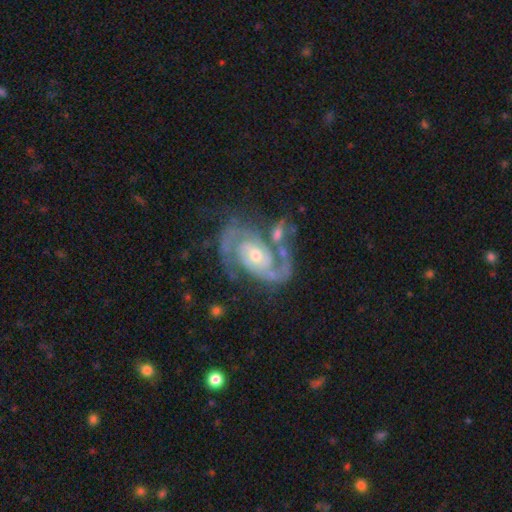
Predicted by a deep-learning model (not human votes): A featured or disk galaxy (91%) with no bar (61%), 2 (85%) tight (50%) spiral arms (98%) and a small central bulge (48%, tied with moderate).

Vote fractions:
- Smooth or featured? featured or disk: 91% / star or artifact: 5% / smooth: 4%
- Edge-on disk? no: 97% / yes: 3%
- Bar? no: 61% / weak: 27% / strong: 12%
- Spiral arms? yes: 98% / no: 2%
- Spiral winding? tight: 50% / medium: 42% / loose: 8%
- Spiral arm count? 2: 85% / 3: 5% / can't tell: 5% / 1: 2% / 4: 2% / more than 4: 2%
- Bulge size? small: 48% (tied) / moderate: 48% (tied) / large: 2% / none: 1% / dominant: 1%
- Merging? none: 62% / minor disturbance: 17% / merger: 11% / major disturbance: 10%